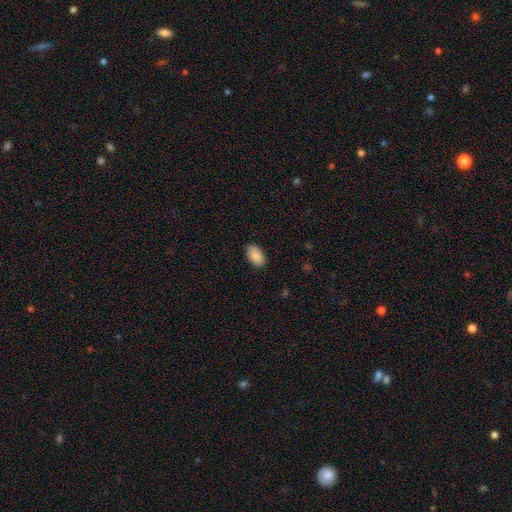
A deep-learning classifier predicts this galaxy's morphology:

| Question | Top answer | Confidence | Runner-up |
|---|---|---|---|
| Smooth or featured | smooth | 89% | star or artifact (7%) |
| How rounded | in between | 94% | round (5%) |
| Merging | none | 88% | minor disturbance (9%) |